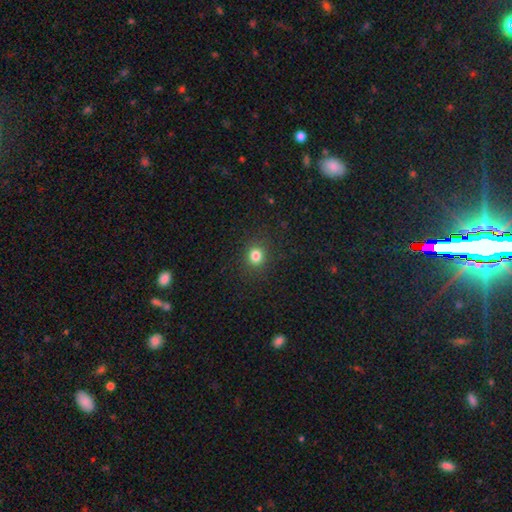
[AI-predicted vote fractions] This appears to be a smooth galaxy with no disk features (81%) that is round (80%). Merging: none (89%).